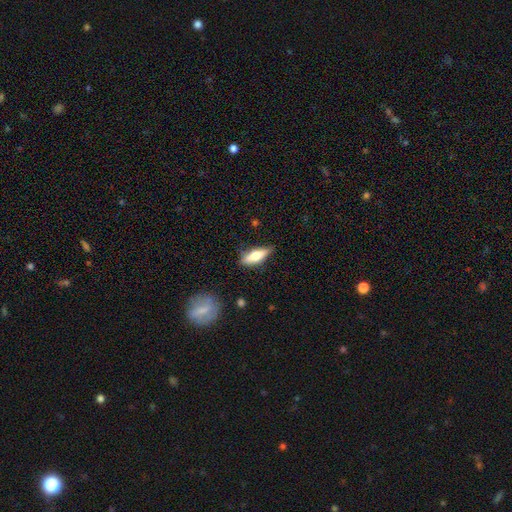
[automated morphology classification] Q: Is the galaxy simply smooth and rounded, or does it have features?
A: smooth — 56%.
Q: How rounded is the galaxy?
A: in between — 56%.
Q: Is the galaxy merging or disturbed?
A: none — 72%.